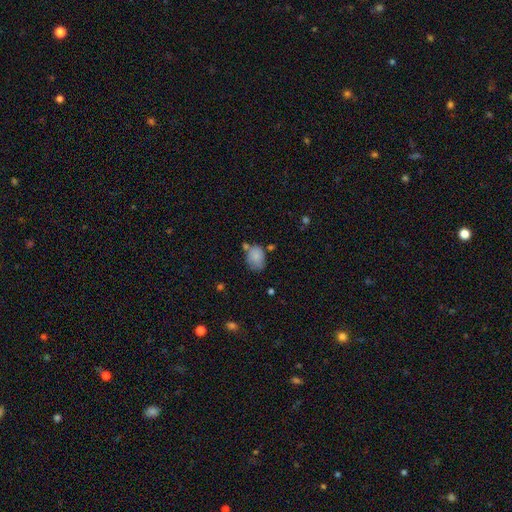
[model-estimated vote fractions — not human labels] Overall: smooth (80%). How rounded: in between (70%). Merging: none (46%; minor disturbance 30%).